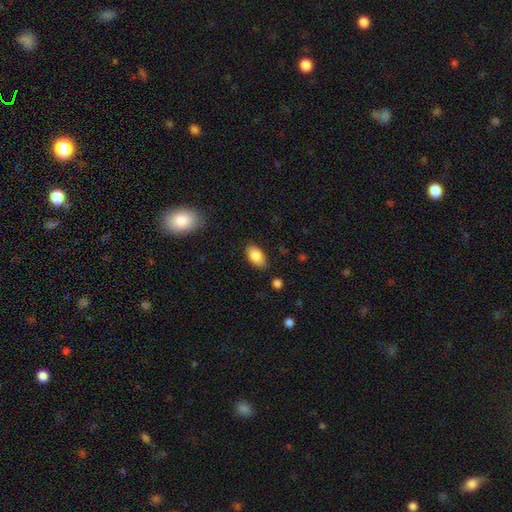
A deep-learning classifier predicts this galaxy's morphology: type=smooth (86%); roundness=in between (93%); merging=none (85%).